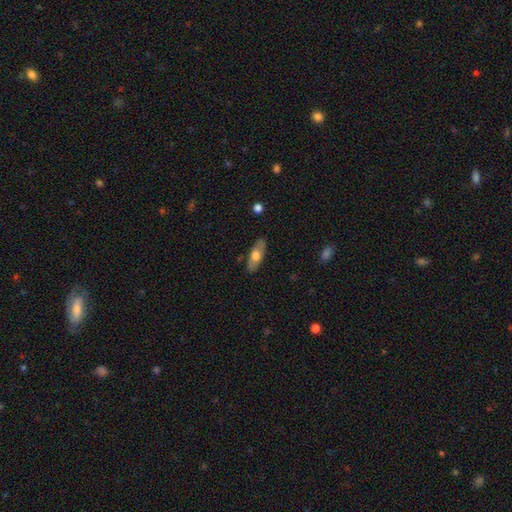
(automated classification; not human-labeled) Smooth or featured?
  - smooth: 59% *
  - featured or disk: 35%
  - star or artifact: 6%
How rounded?
  - in between: 74% *
  - cigar-shaped: 23%
  - round: 3%
Merging?
  - none: 84% *
  - minor disturbance: 12%
  - major disturbance: 2%
  - merger: 1%